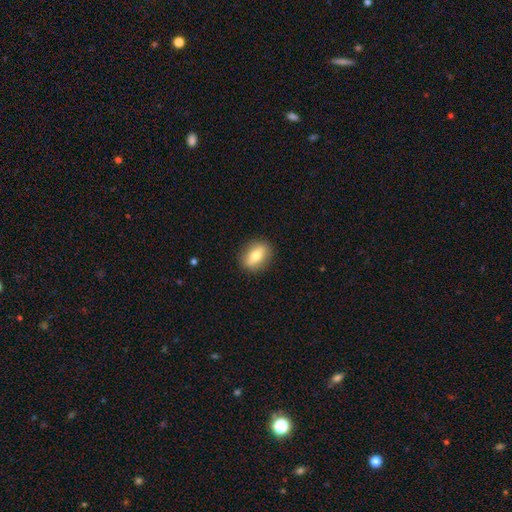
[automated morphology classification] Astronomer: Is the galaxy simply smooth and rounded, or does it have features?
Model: smooth — 70%.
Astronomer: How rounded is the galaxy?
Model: in between — 71%.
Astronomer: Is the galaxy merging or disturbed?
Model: none — 88%.